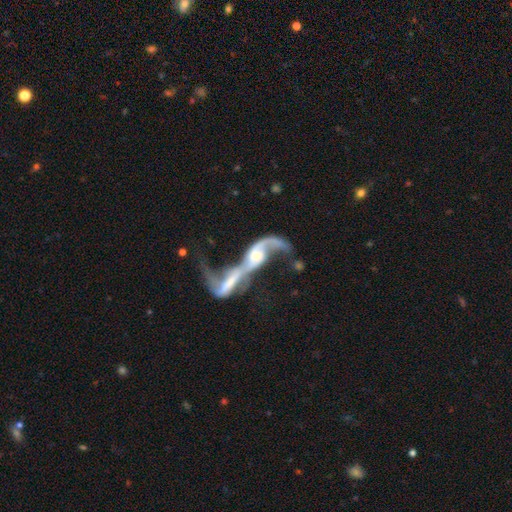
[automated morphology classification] This appears to be a featured or disk galaxy (79%) with no bar (55%), 2 (68%) loose (80%) spiral arms (83%) and a moderate central bulge (47%). Merging: merger (77%).